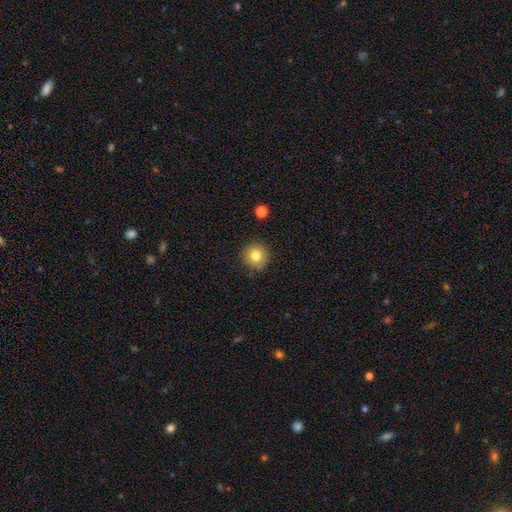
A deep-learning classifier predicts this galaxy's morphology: smooth_or_featured: smooth (p=0.80) [alt: star or artifact p=0.11]
how_rounded: round (p=0.94) [alt: in between p=0.05]
merging: none (p=0.87) [alt: minor disturbance p=0.09]